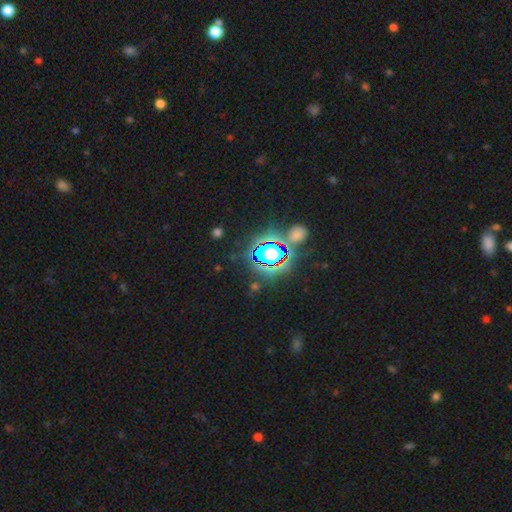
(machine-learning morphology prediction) Smooth or featured: star or artifact — 77% (smooth — 14%)